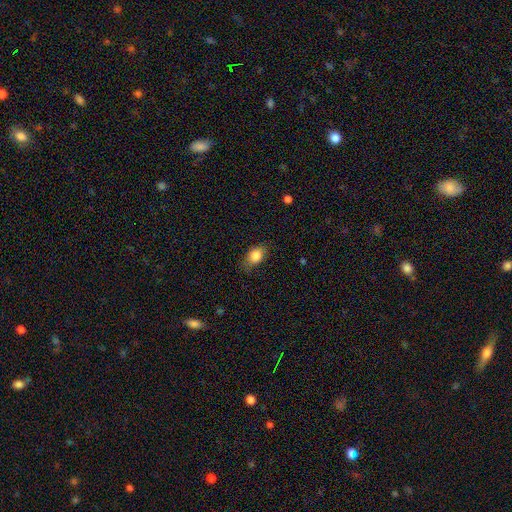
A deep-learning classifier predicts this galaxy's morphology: smooth-or-featured: smooth: 84% | star or artifact: 8% | featured or disk: 8%
  how-rounded: in between: 75% | round: 23% | cigar-shaped: 2%
  merging: none: 71% | minor disturbance: 22% | major disturbance: 6% | merger: 1%